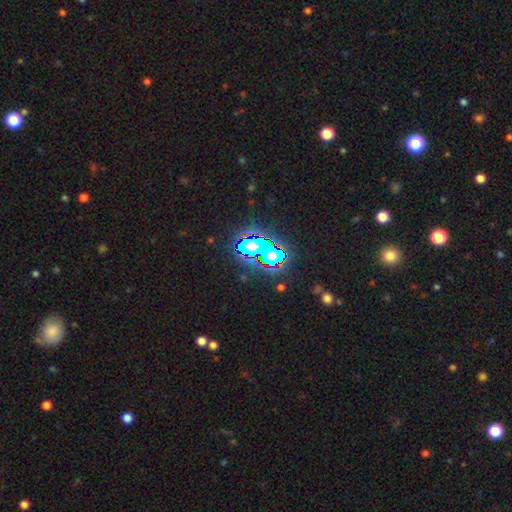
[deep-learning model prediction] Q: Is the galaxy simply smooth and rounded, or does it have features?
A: star or artifact — 79%.